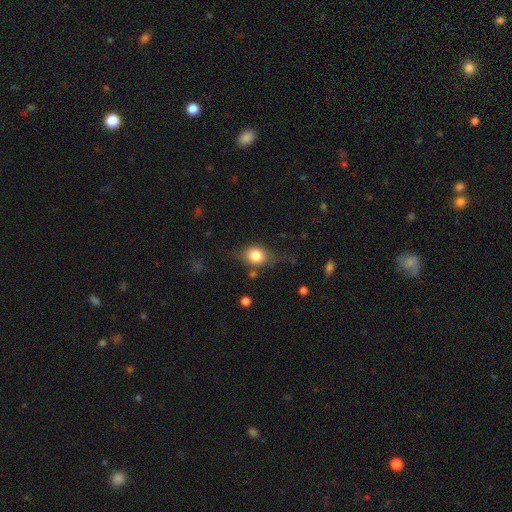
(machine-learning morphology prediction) This appears to be a smooth galaxy with no disk features (73%) that is round (52%). Merging: none (62%).